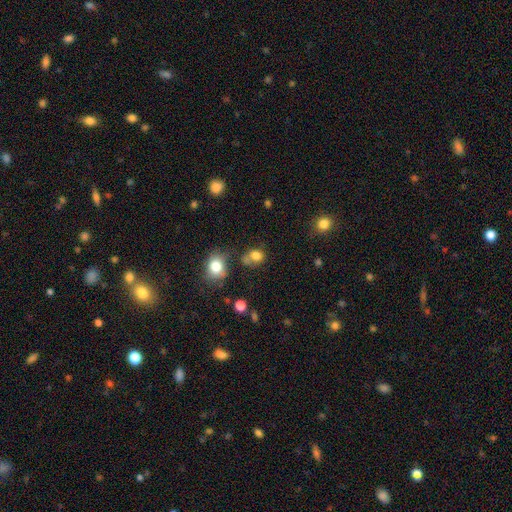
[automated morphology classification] The model was most divided on "how rounded": round: 59%, in between: 40%, cigar-shaped: 1%. Remaining: smooth or featured — smooth (79%); merging — none (49%).